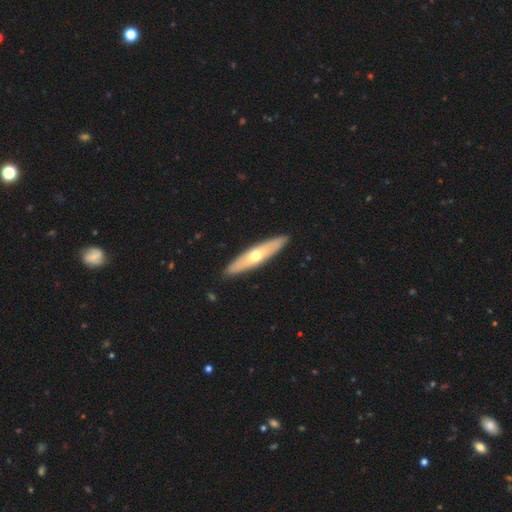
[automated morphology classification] This appears to be a featured or disk galaxy (49%). Merging: none (91%).